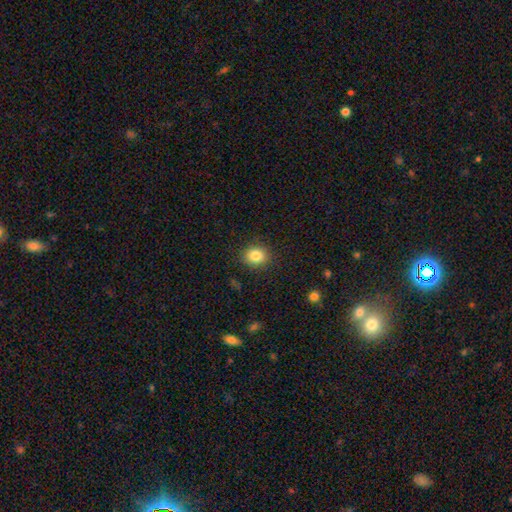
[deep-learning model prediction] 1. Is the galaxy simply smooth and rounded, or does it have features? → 84% smooth, 10% star or artifact, 5% featured or disk.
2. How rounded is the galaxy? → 70% round, 30% in between, 1% cigar-shaped.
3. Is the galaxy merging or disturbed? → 88% none, 8% minor disturbance, 3% major disturbance, 1% merger.